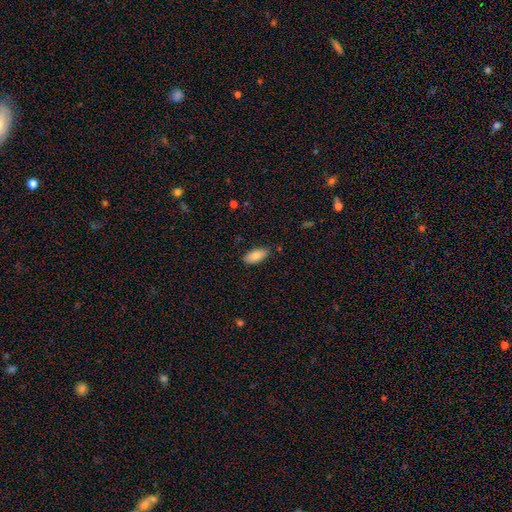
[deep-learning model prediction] smooth_or_featured: smooth (p=0.84) [alt: featured or disk p=0.09]
how_rounded: in between (p=0.90) [alt: cigar-shaped p=0.08]
merging: none (p=0.83) [alt: minor disturbance p=0.13]